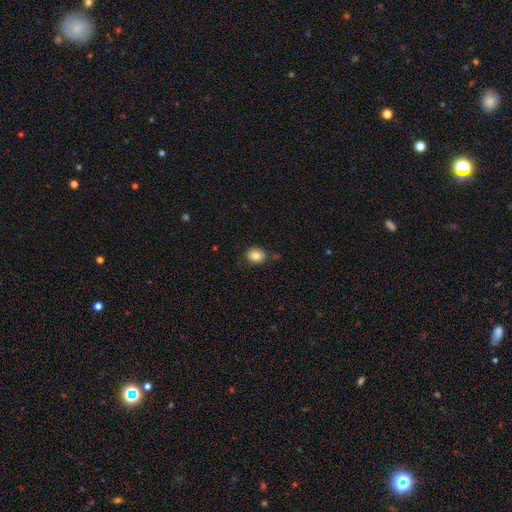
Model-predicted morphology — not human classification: This is clearly a smooth galaxy (84%). How rounded: possibly round (51%). Merging: clearly none (83%).